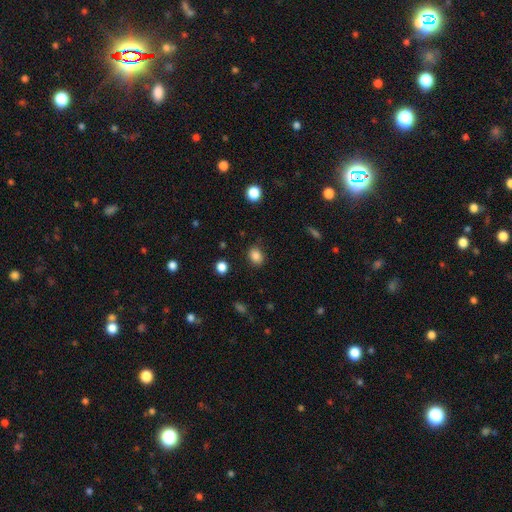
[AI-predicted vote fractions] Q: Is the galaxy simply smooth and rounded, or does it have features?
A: smooth — 84%.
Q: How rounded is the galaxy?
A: in between — 51%.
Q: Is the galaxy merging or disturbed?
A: none — 85%.